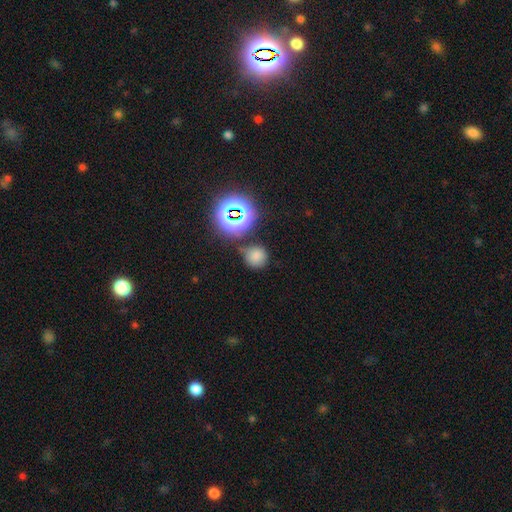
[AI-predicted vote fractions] Smooth or featured?
  - smooth: 71% *
  - star or artifact: 22%
  - featured or disk: 7%
How rounded?
  - round: 87% *
  - in between: 11%
  - cigar-shaped: 1%
Merging?
  - none: 70% *
  - minor disturbance: 15%
  - merger: 10%
  - major disturbance: 5%